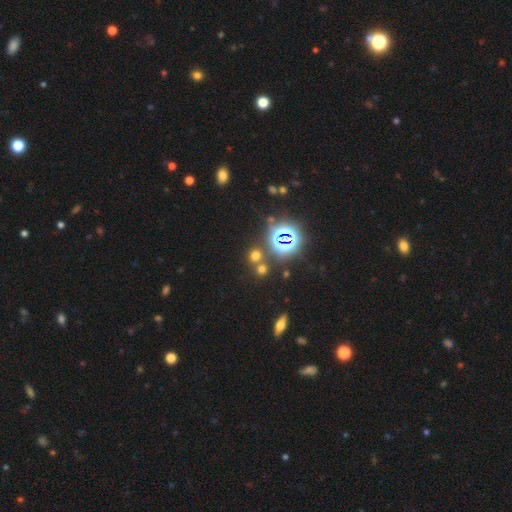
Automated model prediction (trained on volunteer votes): Q: Smooth or featured?
A: smooth (50%); runner-up: star or artifact (42%)
Q: Merging?
A: none (70%); runner-up: merger (19%)